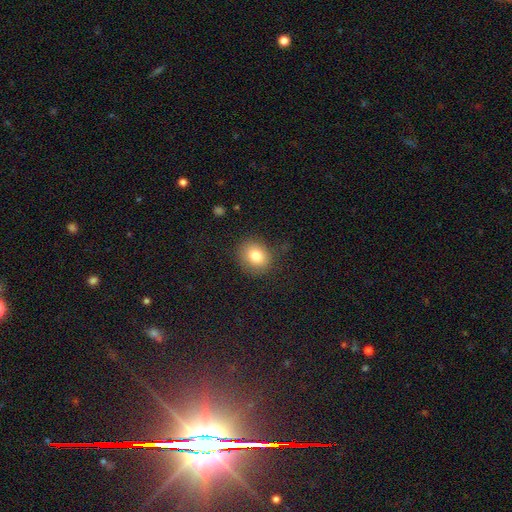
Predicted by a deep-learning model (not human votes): smooth_or_featured: smooth (p=0.81) [alt: star or artifact p=0.10]
how_rounded: round (p=0.65) [alt: in between p=0.34]
merging: none (p=0.81) [alt: minor disturbance p=0.13]